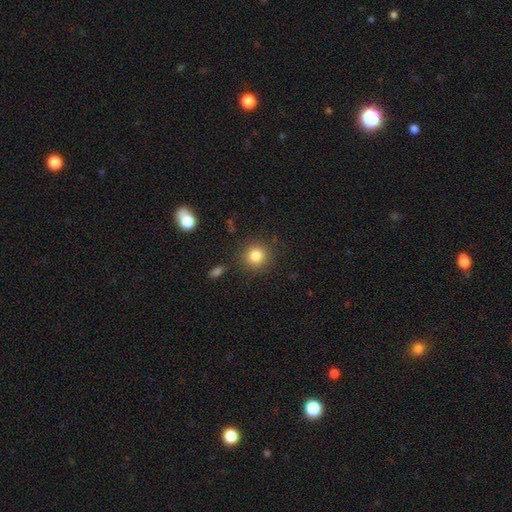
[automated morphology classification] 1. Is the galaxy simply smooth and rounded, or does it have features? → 83% smooth, 11% star or artifact, 6% featured or disk.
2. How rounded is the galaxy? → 92% round, 7% in between, 1% cigar-shaped.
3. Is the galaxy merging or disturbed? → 87% none, 8% minor disturbance, 3% major disturbance, 2% merger.